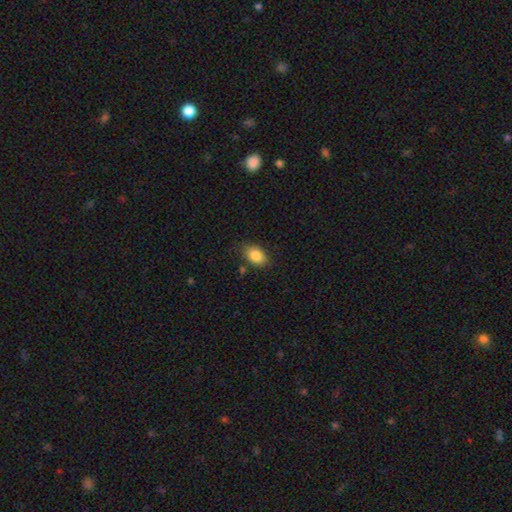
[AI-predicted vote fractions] Overall: smooth (85%). How rounded: in between (87%). Merging: none (79%).